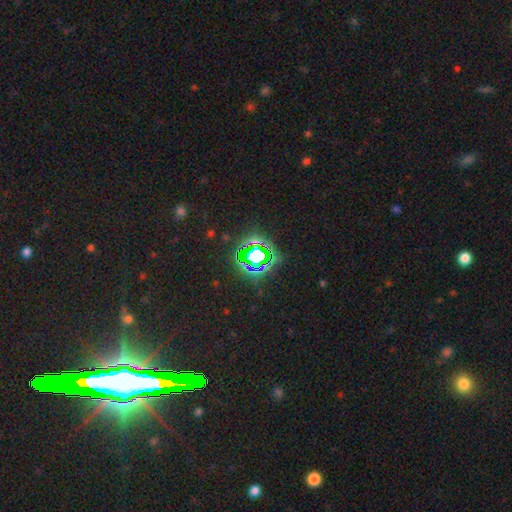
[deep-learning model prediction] A star or artifact, not a galaxy (72%).